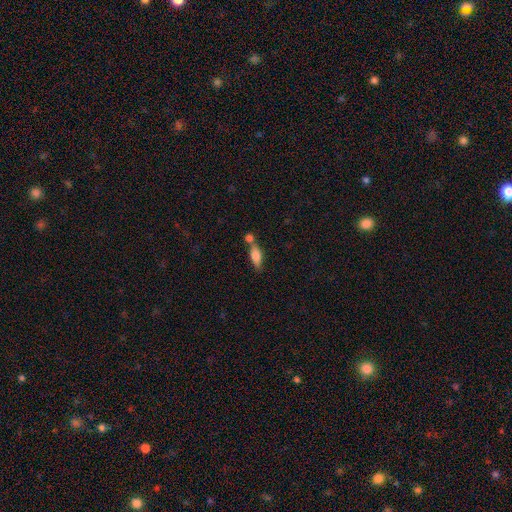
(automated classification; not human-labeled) This appears to be a smooth galaxy with no disk features (76%) that is in between round and cigar-shaped (72%). Merging: none (47%).